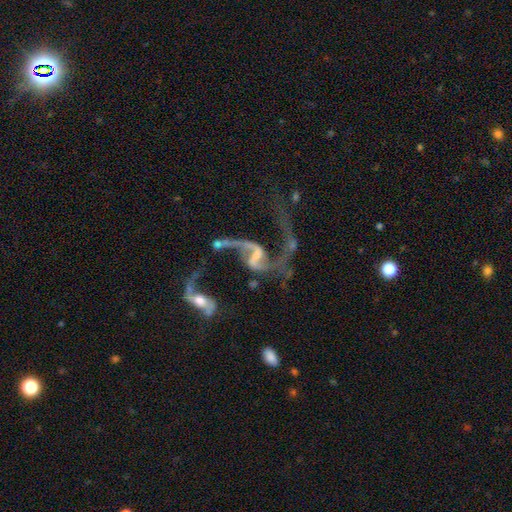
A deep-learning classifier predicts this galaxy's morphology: featured or disk 87%, star or artifact 7%, smooth 7%. Down the decision tree: edge-on disk — no (97%); bar — weak (44%); spiral arms — yes (91%); spiral arm count — 2 (88%); spiral winding — loose (86%); bulge size — none (40%); merging — major disturbance (30%).